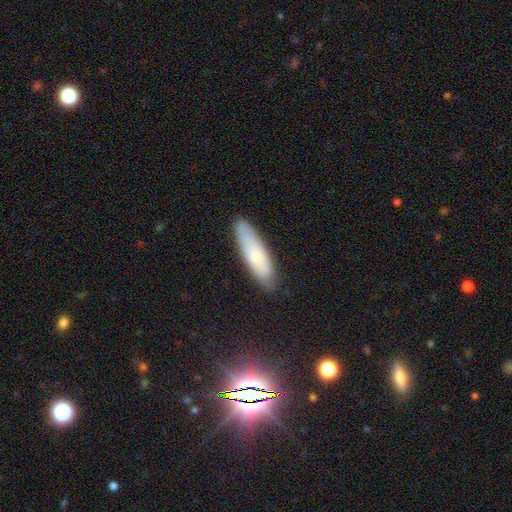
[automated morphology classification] Smooth or featured?
  - smooth: 72% *
  - featured or disk: 22%
  - star or artifact: 7%
How rounded?
  - cigar-shaped: 58% *
  - in between: 40%
  - round: 2%
Merging?
  - none: 83% *
  - minor disturbance: 14%
  - major disturbance: 2%
  - merger: 1%